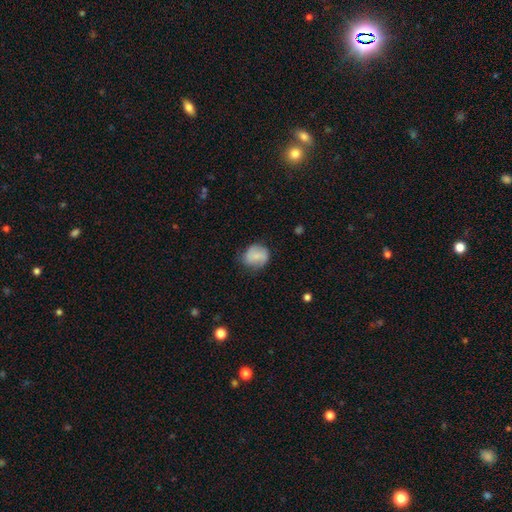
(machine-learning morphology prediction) Smooth or featured? Predicted: smooth (p=0.73). How rounded? Predicted: round (p=0.66). Merging? Predicted: none (p=0.62).